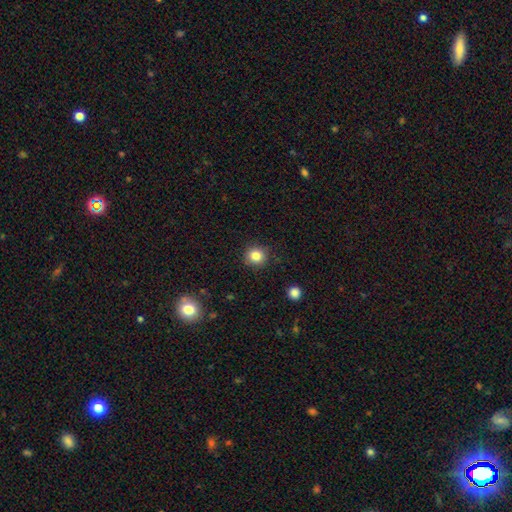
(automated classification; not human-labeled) A smooth galaxy with no disk features (83%) that is round (91%). Merging: none (90%).